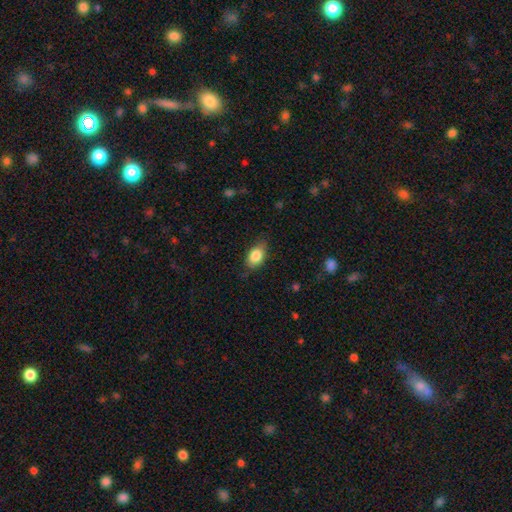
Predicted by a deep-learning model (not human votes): The model was most divided on "merging": none: 75%, minor disturbance: 20%, major disturbance: 4%, merger: 1%. More confident: how rounded — in between (86%); smooth or featured — smooth (84%).